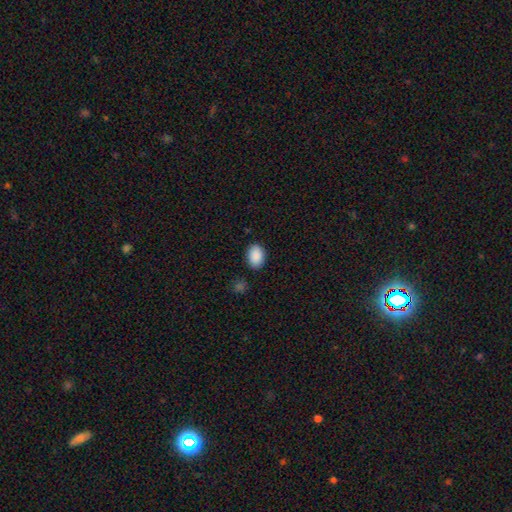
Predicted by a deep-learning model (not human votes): smooth_or_featured: smooth (p=0.90) [alt: star or artifact p=0.07]
how_rounded: in between (p=0.84) [alt: round p=0.15]
merging: none (p=0.85) [alt: minor disturbance p=0.11]